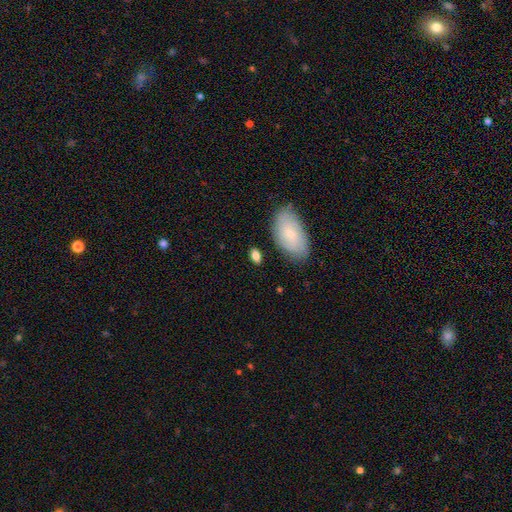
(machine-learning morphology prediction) The model was most divided on "merging": none: 76%, minor disturbance: 14%, merger: 6%, major disturbance: 4%. More confident: how rounded — in between (86%); smooth or featured — smooth (80%).